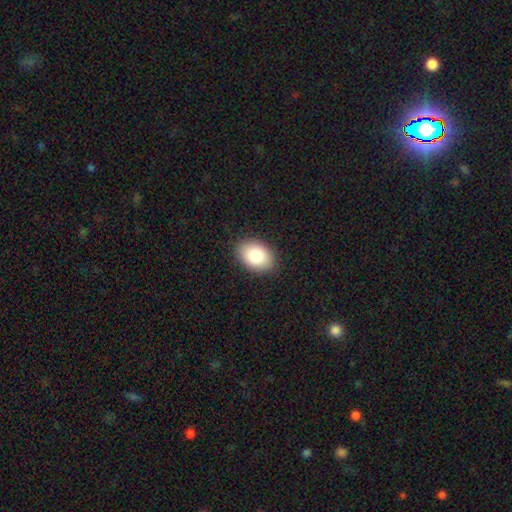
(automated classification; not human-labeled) Overall: smooth (83%). How rounded: in between (81%). Merging: none (89%).